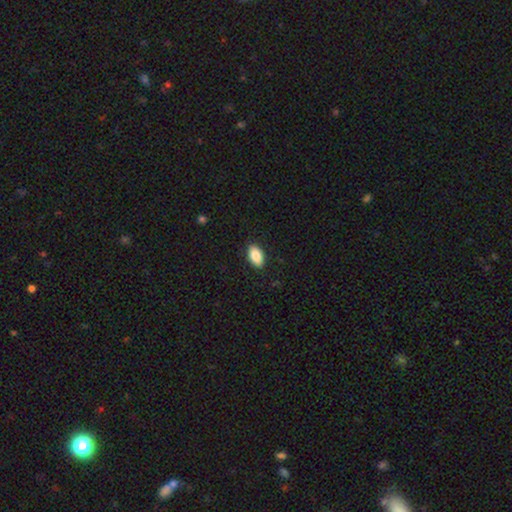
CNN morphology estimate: This is clearly a smooth galaxy (88%). How rounded: clearly in between (93%). Merging: clearly none (88%).